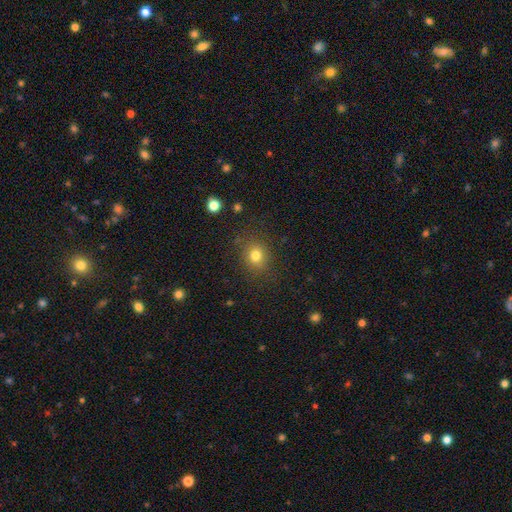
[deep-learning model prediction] Smooth or featured: smooth — 79% (star or artifact — 14%)
How rounded: round — 74% (in between — 25%)
Merging: none — 84% (minor disturbance — 10%)